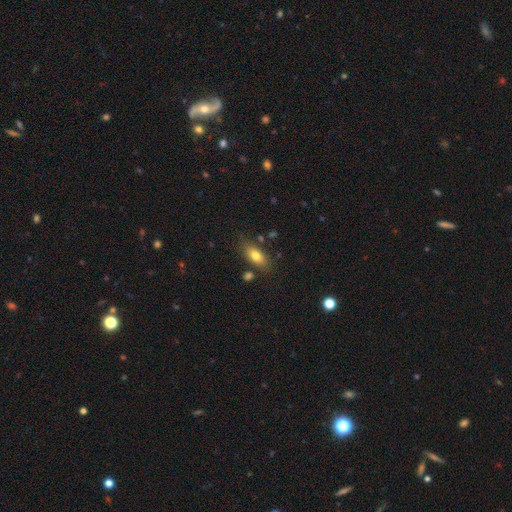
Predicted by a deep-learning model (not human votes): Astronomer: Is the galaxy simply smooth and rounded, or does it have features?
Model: smooth — 76%.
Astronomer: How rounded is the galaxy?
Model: in between — 83%.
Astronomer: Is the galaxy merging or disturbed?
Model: none — 77%.